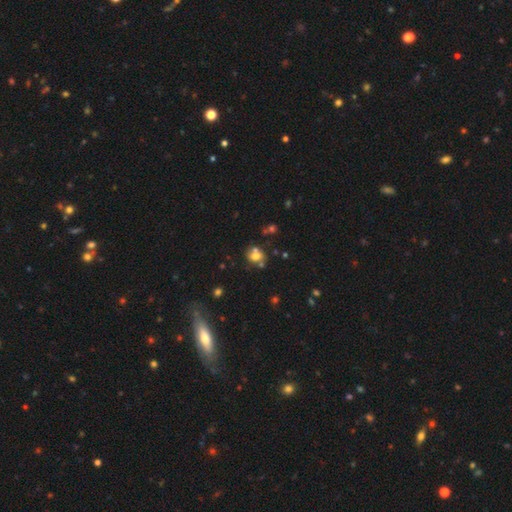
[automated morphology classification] This appears to be a smooth galaxy with no disk features (65%) that is round (64%). Merging: none (48%).